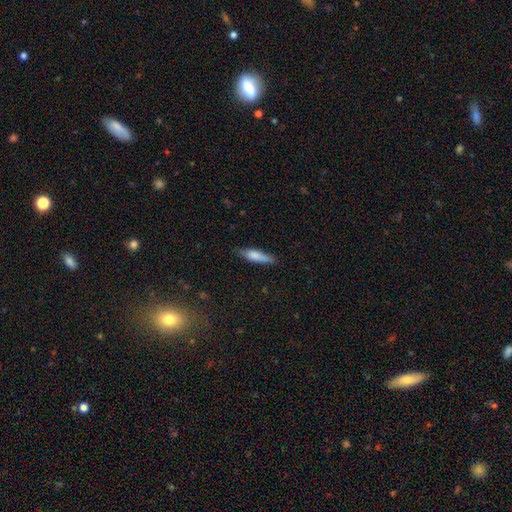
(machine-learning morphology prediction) Q: Smooth or featured?
A: smooth (75%); runner-up: featured or disk (19%)
Q: How rounded?
A: cigar-shaped (71%); runner-up: in between (27%)
Q: Merging?
A: none (76%); runner-up: minor disturbance (19%)